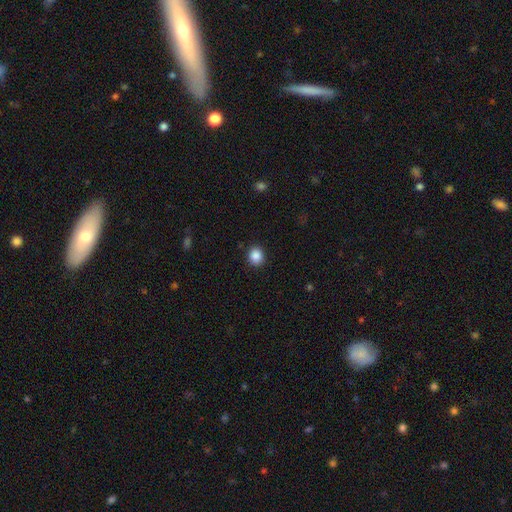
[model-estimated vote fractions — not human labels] This is clearly a smooth galaxy (88%). How rounded: likely round (77%). Merging: clearly none (90%).